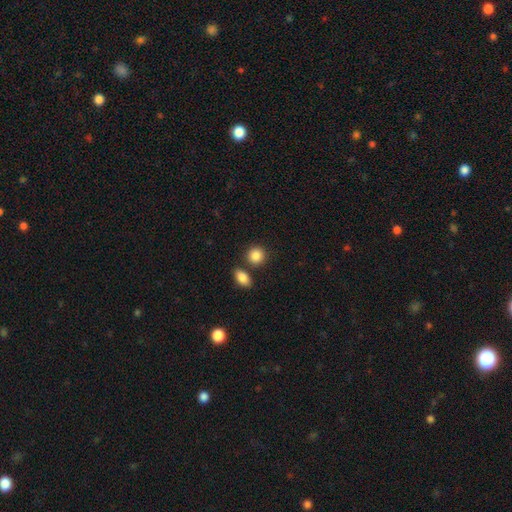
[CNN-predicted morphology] Smooth or featured: smooth — 88% (star or artifact — 8%)
How rounded: round — 79% (in between — 19%)
Merging: none — 75% (merger — 13%)